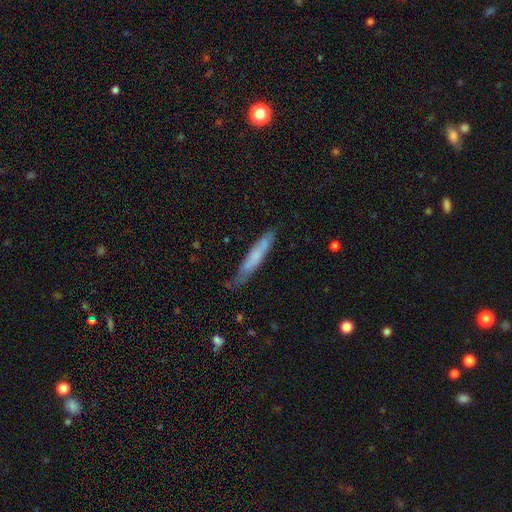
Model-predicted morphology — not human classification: Smooth or featured?
  - smooth: 60% *
  - featured or disk: 34%
  - star or artifact: 6%
How rounded?
  - cigar-shaped: 92% *
  - in between: 7%
  - round: 1%
Merging?
  - none: 67% *
  - minor disturbance: 26%
  - major disturbance: 5%
  - merger: 2%